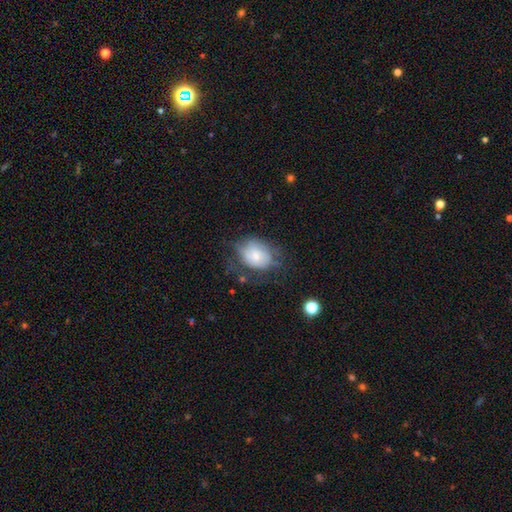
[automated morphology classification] Q: Smooth or featured?
A: smooth (61%); runner-up: featured or disk (30%)
Q: How rounded?
A: in between (56%); runner-up: round (43%)
Q: Merging?
A: none (45%); runner-up: minor disturbance (30%)